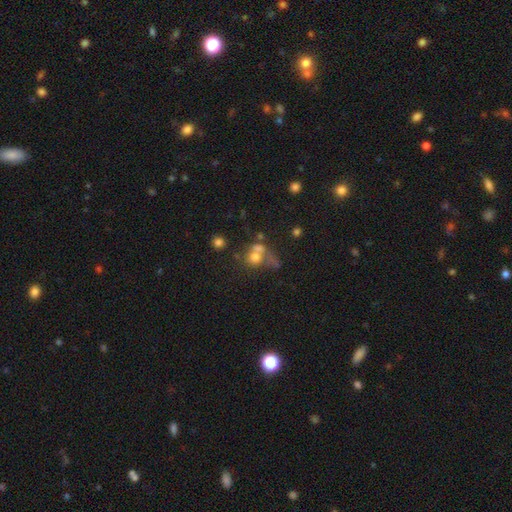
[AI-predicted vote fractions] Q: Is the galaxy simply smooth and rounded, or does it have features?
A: smooth — 62%.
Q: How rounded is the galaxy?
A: round — 75%.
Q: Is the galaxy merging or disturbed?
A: merger — 48%.